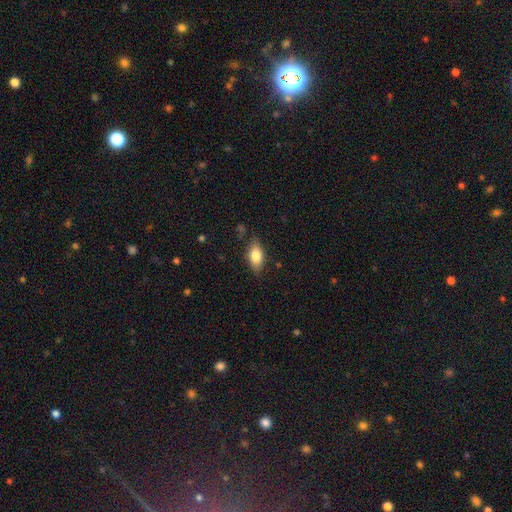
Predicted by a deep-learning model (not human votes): The model was most divided on "merging": none: 80%, minor disturbance: 15%, major disturbance: 3%, merger: 2%. More confident: how rounded — in between (87%); smooth or featured — smooth (79%).